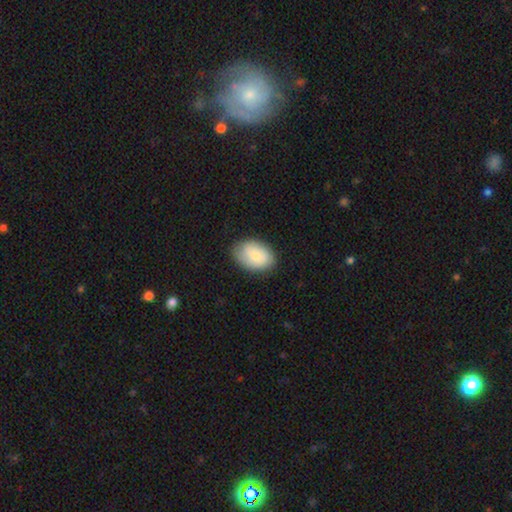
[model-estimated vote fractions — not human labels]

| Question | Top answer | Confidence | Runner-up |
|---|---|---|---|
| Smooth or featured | smooth | 79% | featured or disk (15%) |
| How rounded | in between | 84% | round (15%) |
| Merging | none | 79% | minor disturbance (16%) |